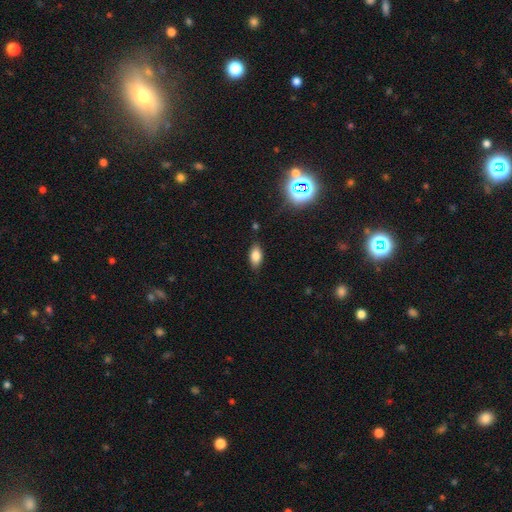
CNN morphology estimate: A smooth galaxy with no disk features (81%) that is in between round and cigar-shaped (89%). Merging: none (84%).